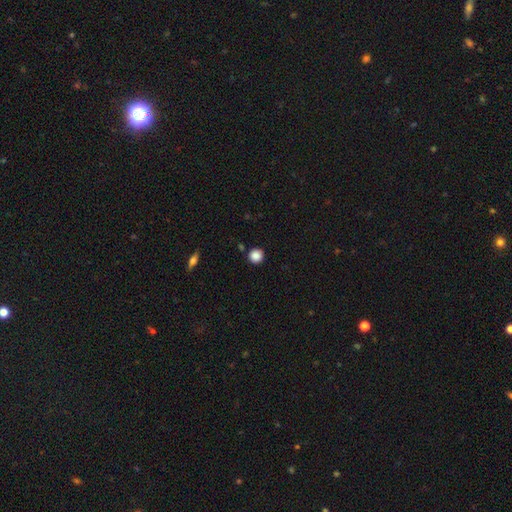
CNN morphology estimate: Smooth or featured: smooth — 87% (star or artifact — 10%)
How rounded: round — 94% (in between — 5%)
Merging: none — 90% (minor disturbance — 6%)